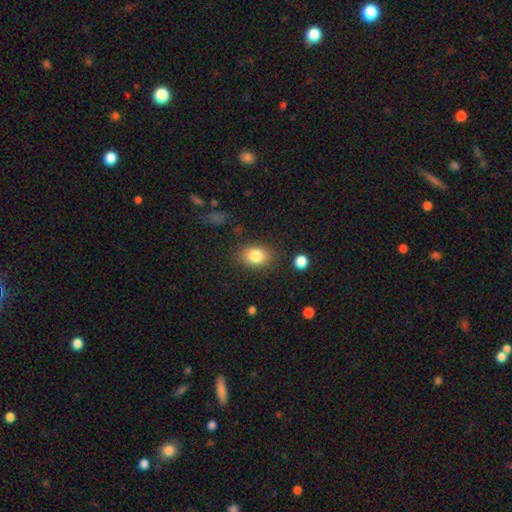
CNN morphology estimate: Smooth or featured: smooth — 82% (star or artifact — 9%)
How rounded: in between — 69% (round — 30%)
Merging: none — 83% (minor disturbance — 12%)